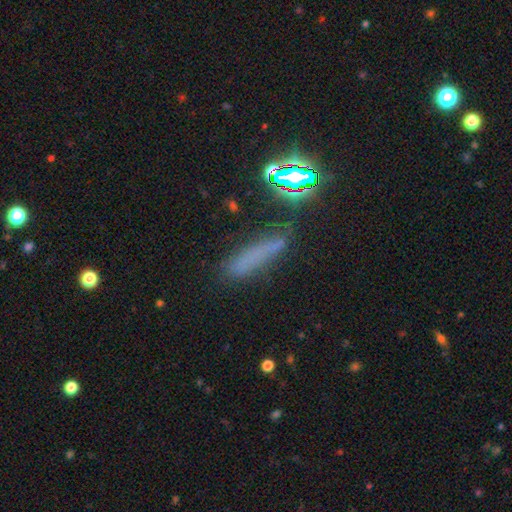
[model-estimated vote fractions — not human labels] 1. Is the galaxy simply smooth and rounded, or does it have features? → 51% smooth, 32% star or artifact, 17% featured or disk.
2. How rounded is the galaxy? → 81% cigar-shaped, 14% in between, 5% round.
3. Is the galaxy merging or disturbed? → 74% none, 15% minor disturbance, 7% major disturbance, 5% merger.